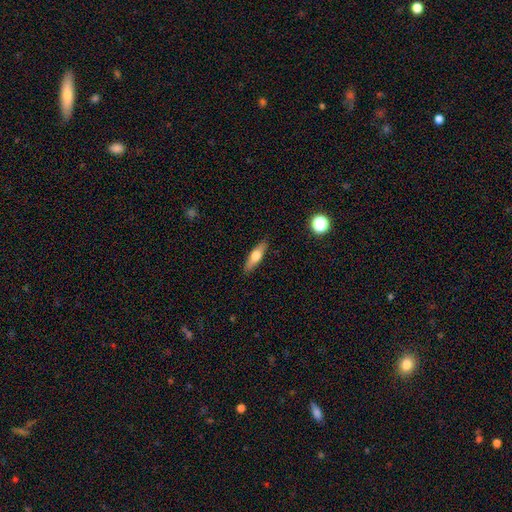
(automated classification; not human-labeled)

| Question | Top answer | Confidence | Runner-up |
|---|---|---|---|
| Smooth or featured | smooth | 57% | featured or disk (36%) |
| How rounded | cigar-shaped | 61% | in between (36%) |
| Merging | none | 88% | minor disturbance (9%) |